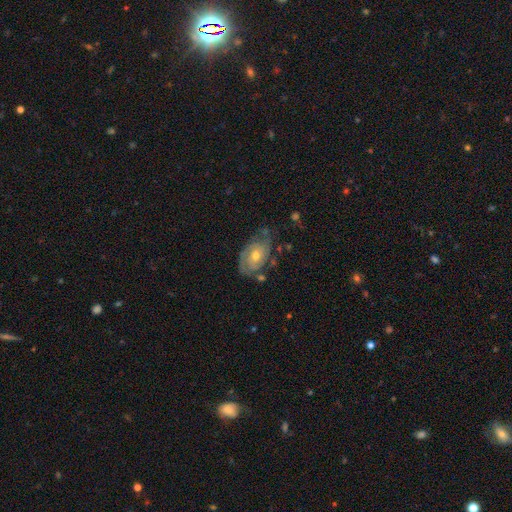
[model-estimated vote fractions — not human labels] This is likely a featured or disk galaxy (73%). It is clearly not viewed edge-on (95%). Bar: likely no (73%). Spiral arm pattern: clearly yes (85%). Spiral arm count: possibly 2 (48%). Spiral winding: possibly tight (57%). Central bulge: possibly moderate (55%). Merging: likely none (60%).